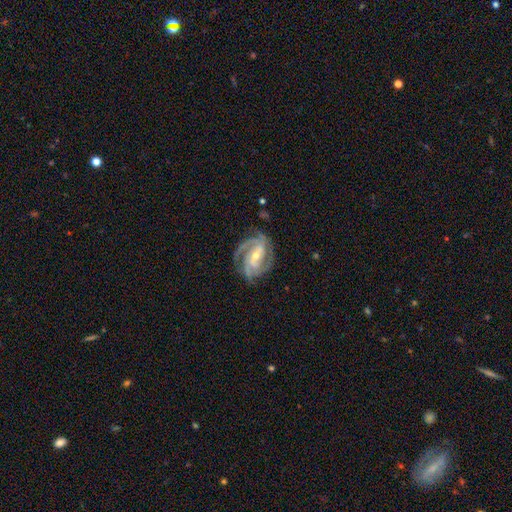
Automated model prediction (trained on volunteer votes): Overall: featured or disk (92%). Edge-on disk: no (97%). Bar: weak (40%; strong 35%). Spiral arms: yes (98%). Spiral arm count: 3 (50%; 2 18%). Spiral winding: tight (57%; medium 38%). Bulge size: small (53%; moderate 44%). Merging: none (76%).